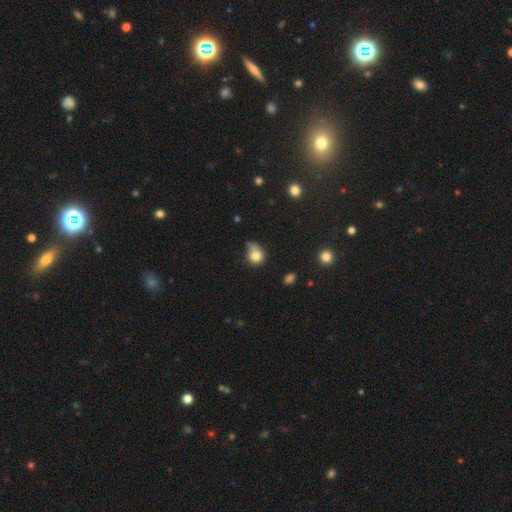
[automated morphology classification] Smooth or featured: smooth — 79% (star or artifact — 11%)
How rounded: round — 71% (in between — 27%)
Merging: none — 38% (minor disturbance — 33%)